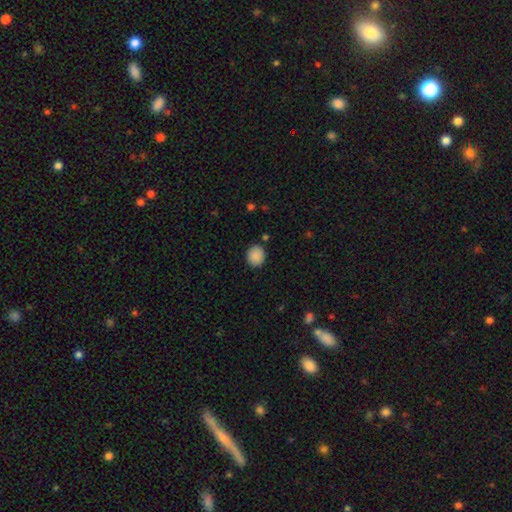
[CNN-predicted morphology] Overall: smooth (89%). How rounded: round (77%). Merging: none (87%).